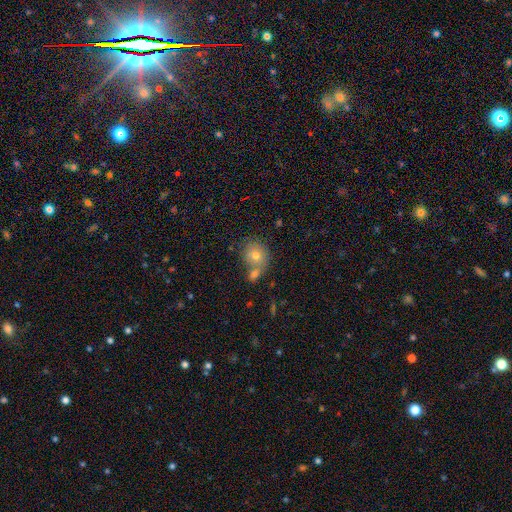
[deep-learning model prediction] smooth 73%, featured or disk 16%, star or artifact 10%. Down the decision tree: how rounded — round (74%); merging — none (47%).